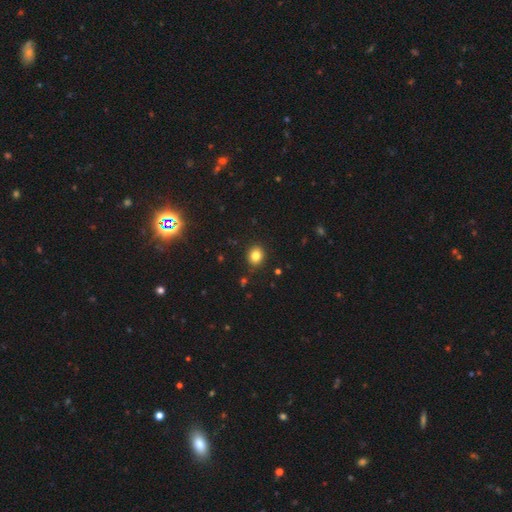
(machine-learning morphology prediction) Overall: smooth (83%). How rounded: round (70%). Merging: none (89%).